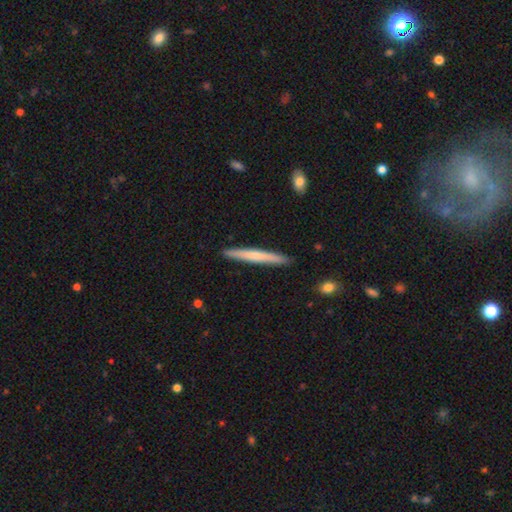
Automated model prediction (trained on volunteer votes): smooth_or_featured: smooth (p=0.58) [alt: featured or disk p=0.37]
how_rounded: cigar-shaped (p=0.97) [alt: in between p=0.02]
merging: none (p=0.91) [alt: minor disturbance p=0.06]